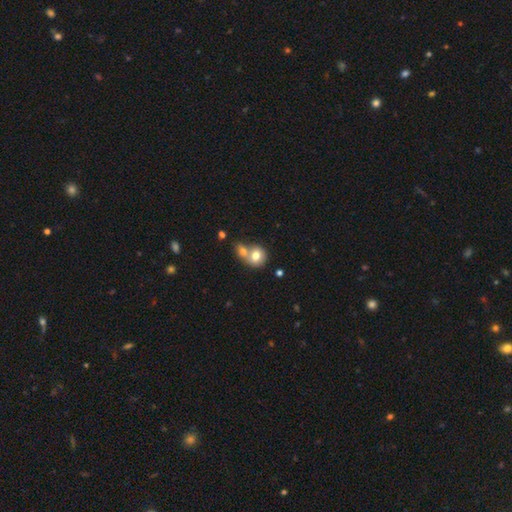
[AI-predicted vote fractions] Smooth or featured: smooth — 74% (featured or disk — 17%)
How rounded: round — 74% (in between — 25%)
Merging: merger — 61% (none — 28%)